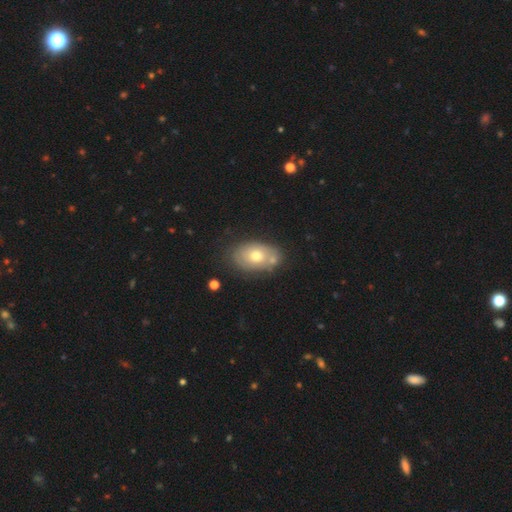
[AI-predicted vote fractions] This is likely a smooth galaxy (61%). How rounded: clearly in between (86%). Merging: likely none (62%).